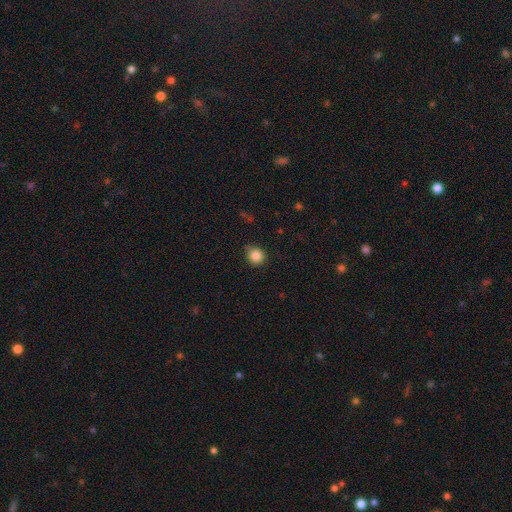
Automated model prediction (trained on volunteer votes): smooth-or-featured: smooth: 86% | star or artifact: 10% | featured or disk: 4%
  how-rounded: round: 88% | in between: 11% | cigar-shaped: 1%
  merging: none: 79% | minor disturbance: 16% | major disturbance: 3% | merger: 1%